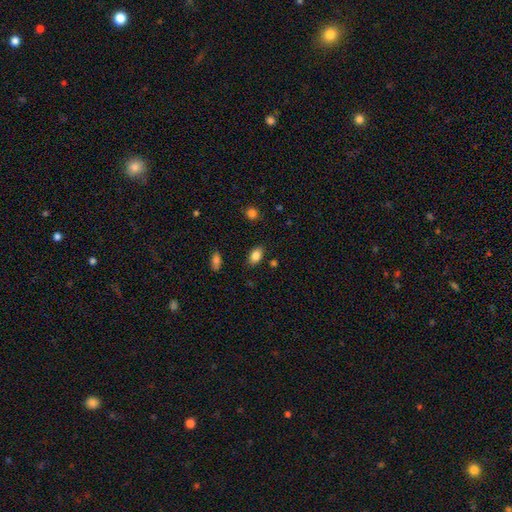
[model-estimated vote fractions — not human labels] Overall: smooth (84%). How rounded: in between (88%). Merging: none (84%).